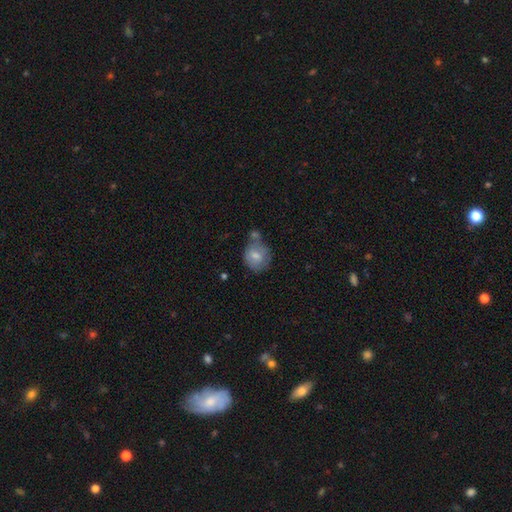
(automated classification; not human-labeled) A smooth galaxy with no disk features (74%) that is round (70%). Merging: none (44%).